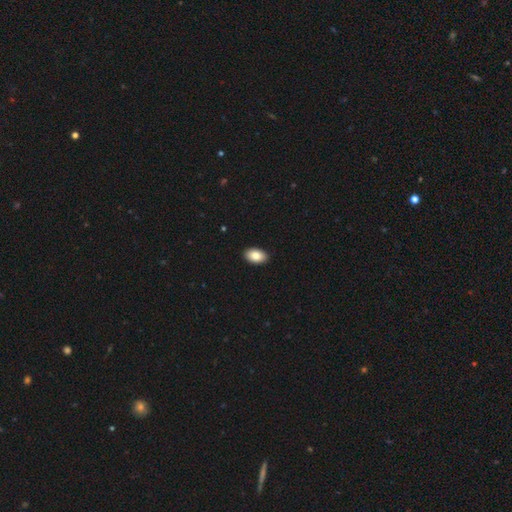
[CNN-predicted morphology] A smooth galaxy with no disk features (86%) that is in between round and cigar-shaped (92%). Merging: none (91%).